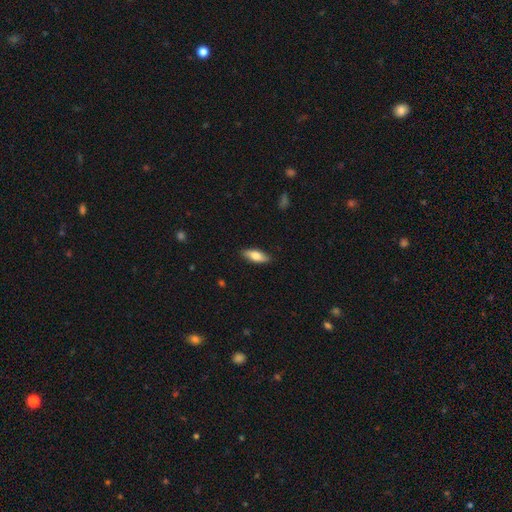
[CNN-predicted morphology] type=smooth (73%); roundness=in between (68%); merging=none (87%).